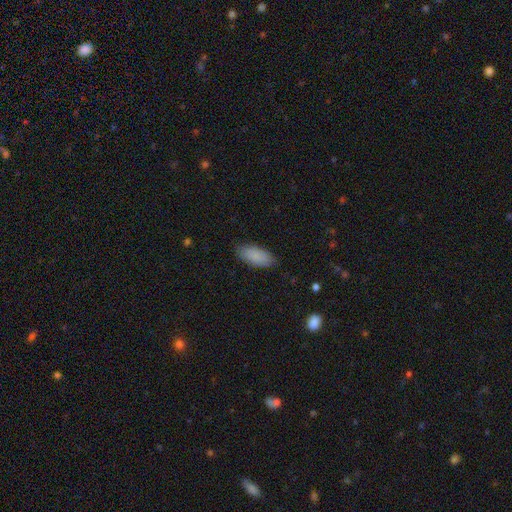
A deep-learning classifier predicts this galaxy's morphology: This appears to be a smooth galaxy with no disk features (88%) that is in between round and cigar-shaped (87%). Merging: none (84%).